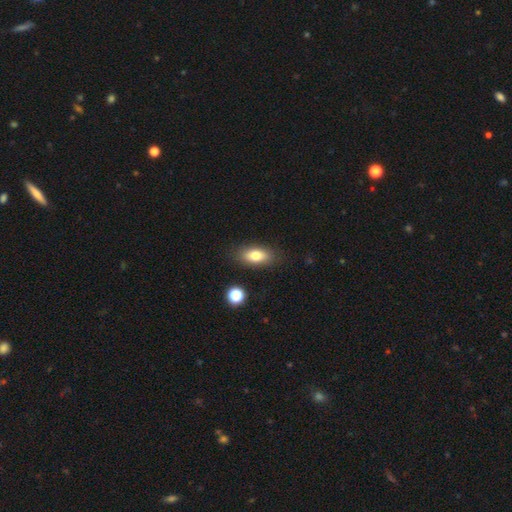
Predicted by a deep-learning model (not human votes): A smooth galaxy with no disk features (77%) that is in between round and cigar-shaped (84%). Merging: none (84%).